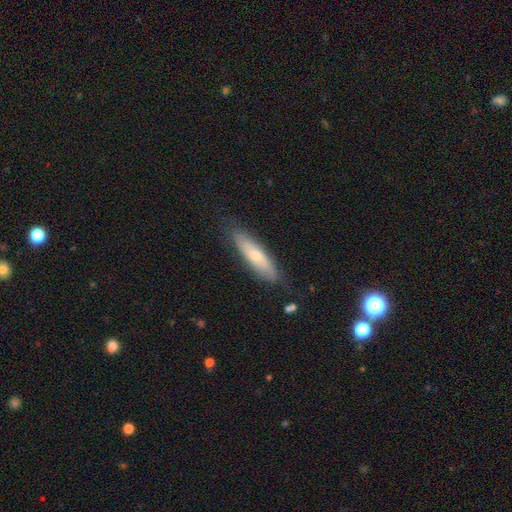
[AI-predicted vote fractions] Morphology: type=smooth (60%); roundness=cigar-shaped (74%); merging=none (78%).